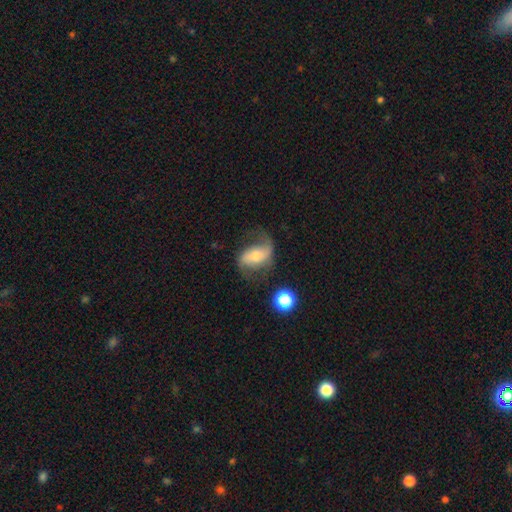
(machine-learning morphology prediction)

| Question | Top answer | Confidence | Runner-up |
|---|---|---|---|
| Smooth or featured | featured or disk | 70% | smooth (22%) |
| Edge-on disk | no | 95% | yes (5%) |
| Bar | no | 35% | weak (33%) |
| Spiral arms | yes | 89% | no (11%) |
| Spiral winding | loose | 65% | medium (27%) |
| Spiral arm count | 2 | 82% | 1 (11%) |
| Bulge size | moderate | 56% | small (34%) |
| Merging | none | 59% | minor disturbance (21%) |